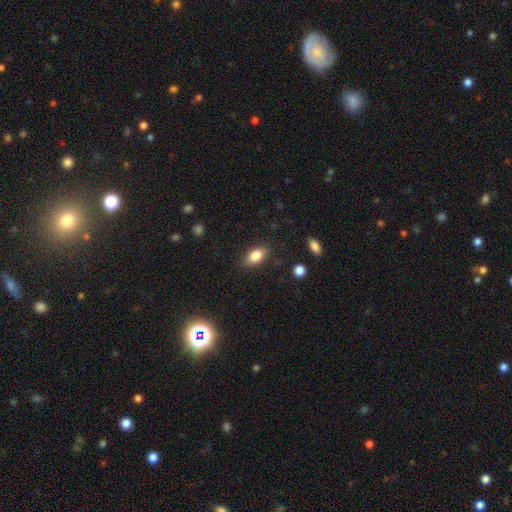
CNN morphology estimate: A smooth galaxy with no disk features (83%) that is in between round and cigar-shaped (88%). Merging: none (84%).